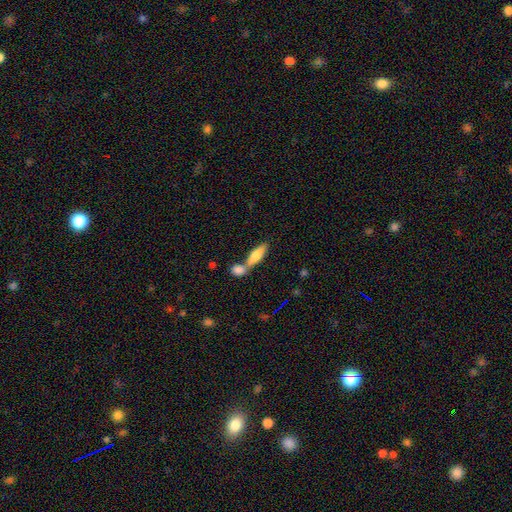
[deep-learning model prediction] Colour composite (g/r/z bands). It shows a smooth galaxy with no disk features (70%) that is in between round and cigar-shaped (49%). Merging: merger (46%).